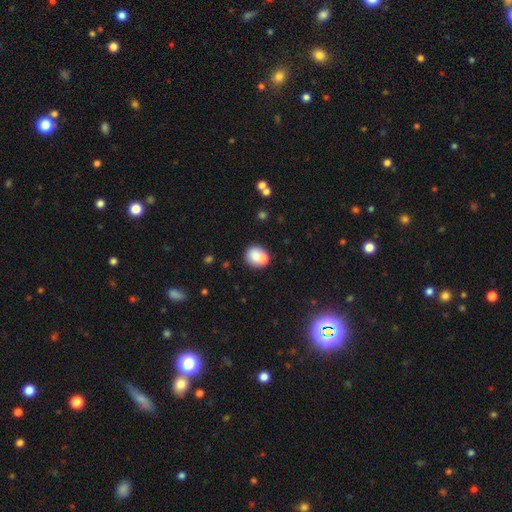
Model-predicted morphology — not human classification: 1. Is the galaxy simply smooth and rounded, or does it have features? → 73% smooth, 17% featured or disk, 9% star or artifact.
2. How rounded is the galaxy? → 71% round, 28% in between, 1% cigar-shaped.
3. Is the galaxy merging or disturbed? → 48% none, 34% merger, 13% minor disturbance, 5% major disturbance.